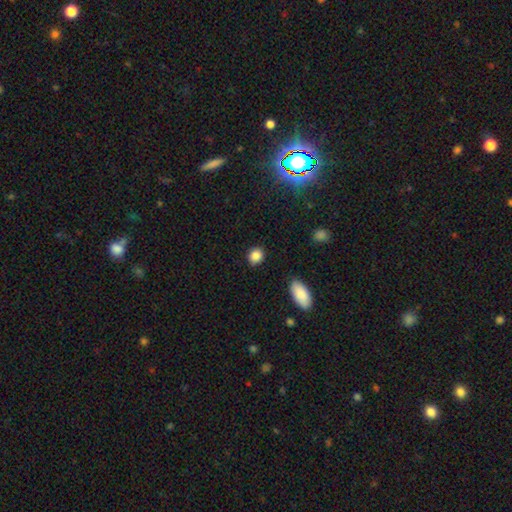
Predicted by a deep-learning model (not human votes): Overall: smooth (86%). How rounded: round (65%; in between 33%). Merging: none (86%).